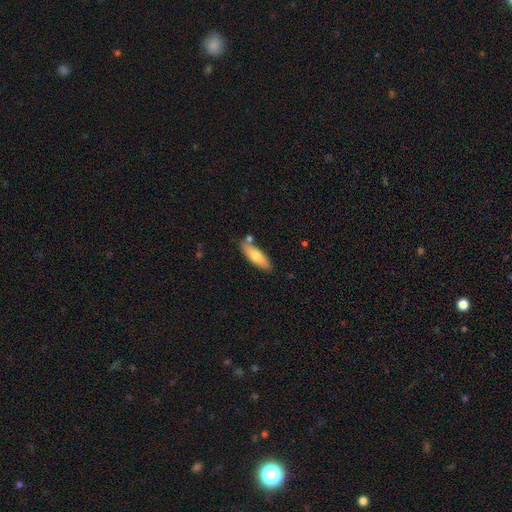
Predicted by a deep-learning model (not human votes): Q: Smooth or featured?
A: smooth (69%); runner-up: featured or disk (25%)
Q: How rounded?
A: in between (50%); runner-up: cigar-shaped (48%)
Q: Merging?
A: none (77%); runner-up: minor disturbance (13%)